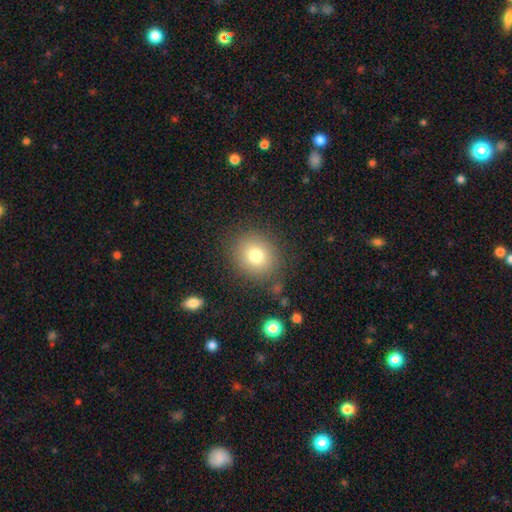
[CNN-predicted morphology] Overall: smooth (77%). How rounded: round (79%). Merging: none (82%).